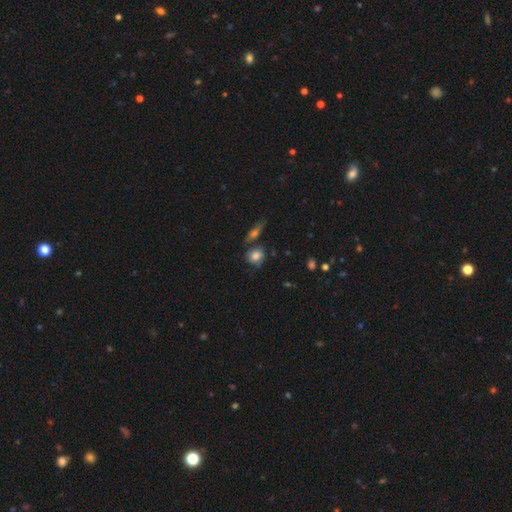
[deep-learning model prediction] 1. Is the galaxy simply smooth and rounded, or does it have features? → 74% smooth, 16% featured or disk, 9% star or artifact.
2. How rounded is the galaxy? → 64% round, 34% in between, 3% cigar-shaped.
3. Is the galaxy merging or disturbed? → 56% none, 22% minor disturbance, 15% merger, 8% major disturbance.